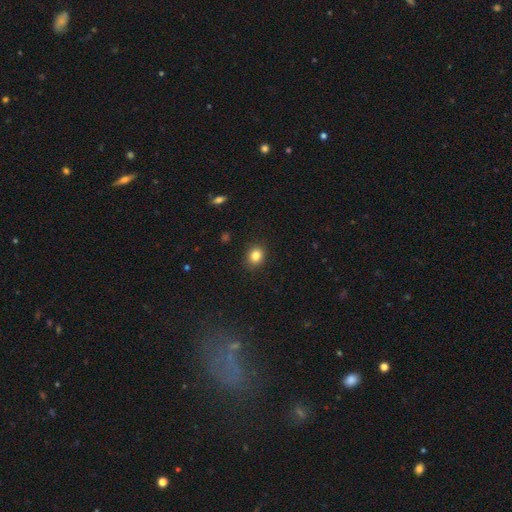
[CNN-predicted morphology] A smooth galaxy with no disk features (83%) that is round (68%). Merging: none (89%).